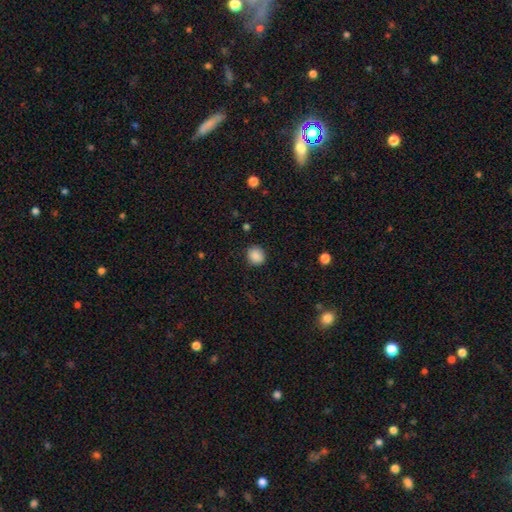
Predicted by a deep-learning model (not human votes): smooth_or_featured: smooth (p=0.88) [alt: star or artifact p=0.09]
how_rounded: round (p=0.81) [alt: in between p=0.18]
merging: none (p=0.88) [alt: minor disturbance p=0.09]